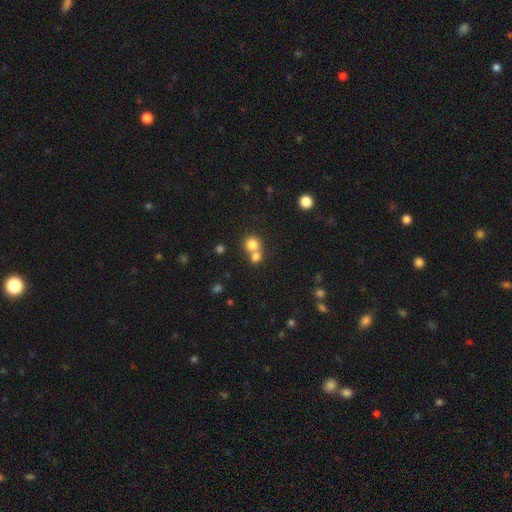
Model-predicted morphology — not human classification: A smooth galaxy with no disk features (77%) that is round (81%). Merging: merger (52%).